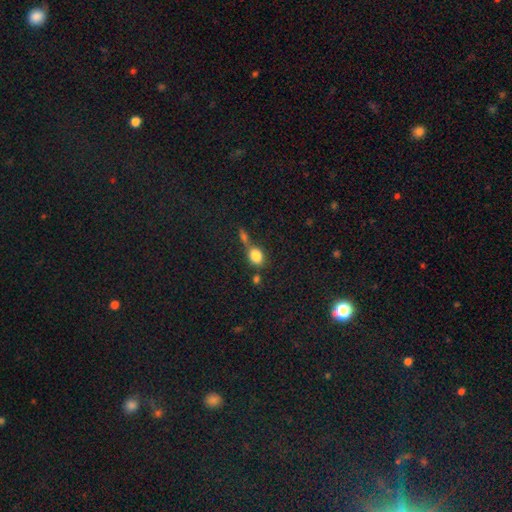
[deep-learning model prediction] This appears to be a smooth galaxy with no disk features (83%) that is in between round and cigar-shaped (57%). Merging: none (45%).